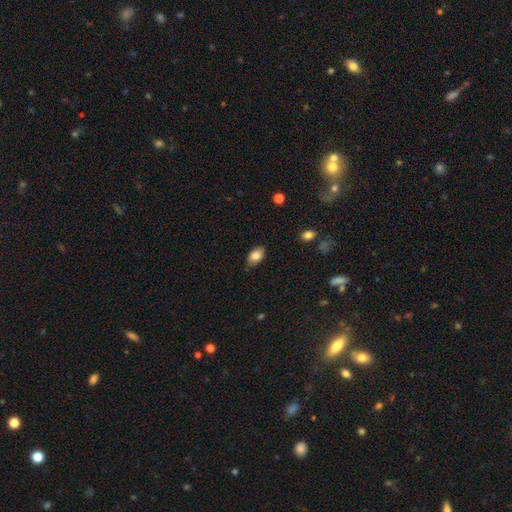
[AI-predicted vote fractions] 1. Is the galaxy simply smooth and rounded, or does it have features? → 83% smooth, 10% featured or disk, 7% star or artifact.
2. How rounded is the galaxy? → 91% in between, 8% round, 2% cigar-shaped.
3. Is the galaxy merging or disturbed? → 78% none, 18% minor disturbance, 3% major disturbance, 1% merger.